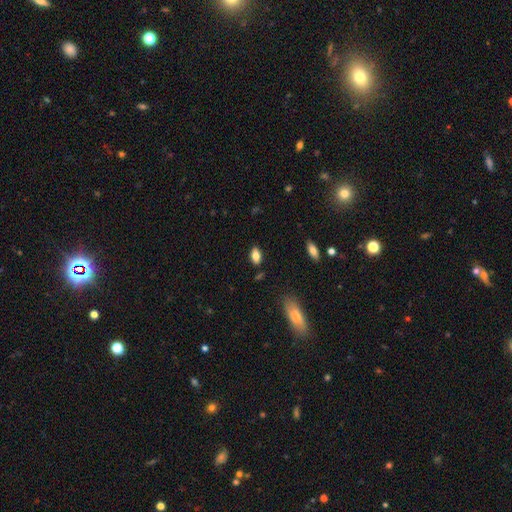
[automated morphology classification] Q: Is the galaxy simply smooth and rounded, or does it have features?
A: smooth — 79%.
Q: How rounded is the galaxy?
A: in between — 89%.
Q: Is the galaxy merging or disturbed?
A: none — 83%.